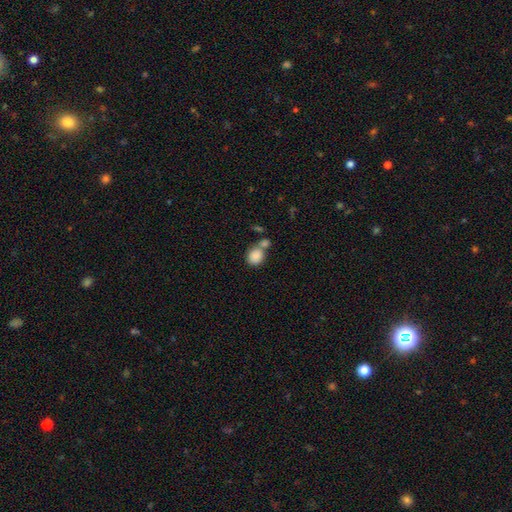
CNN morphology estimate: Smooth or featured: smooth — 86% (star or artifact — 8%)
How rounded: round — 60% (in between — 39%)
Merging: merger — 43% (none — 42%)